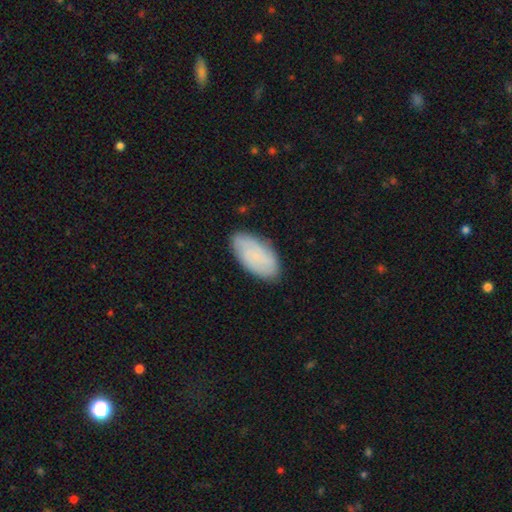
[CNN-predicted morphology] A smooth galaxy with no disk features (67%) that is in between round and cigar-shaped (94%).

Vote fractions:
- Smooth or featured? smooth: 67% / featured or disk: 25% / star or artifact: 7%
- How rounded? in between: 94% / cigar-shaped: 4% / round: 2%
- Merging? none: 81% / minor disturbance: 15% / major disturbance: 3% / merger: 1%